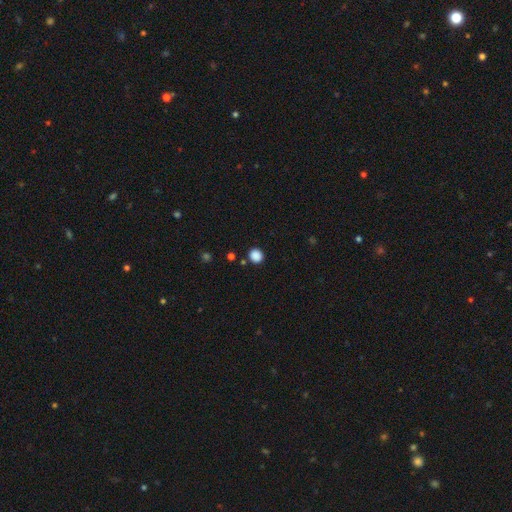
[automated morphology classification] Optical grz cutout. It shows a smooth galaxy with no disk features (87%) that is round (86%). Merging: none (88%).